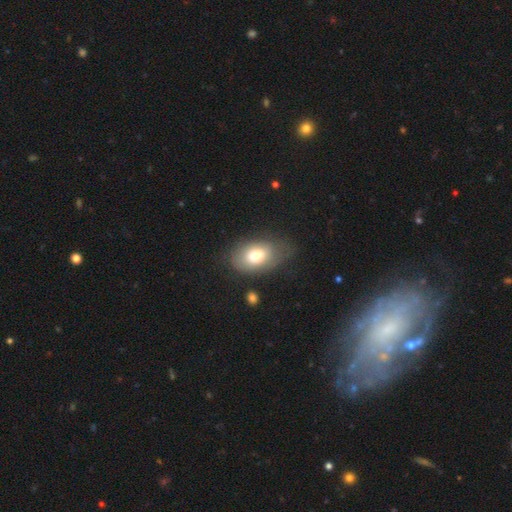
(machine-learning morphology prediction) Smooth or featured: smooth — 74% (featured or disk — 18%)
How rounded: in between — 84% (round — 15%)
Merging: none — 59% (minor disturbance — 26%)